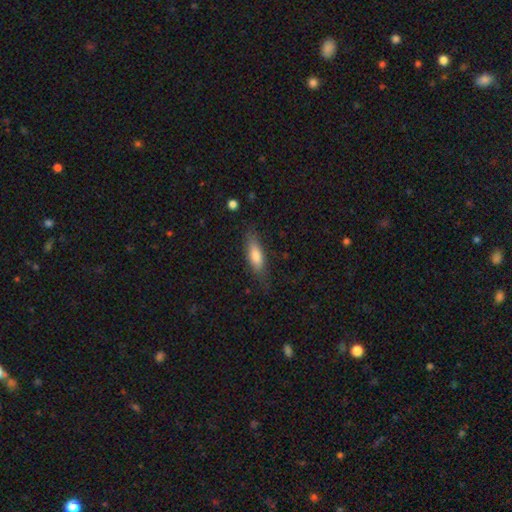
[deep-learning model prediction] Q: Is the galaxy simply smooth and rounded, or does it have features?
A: smooth — 73%.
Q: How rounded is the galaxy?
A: in between — 50%.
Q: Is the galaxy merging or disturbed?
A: none — 76%.